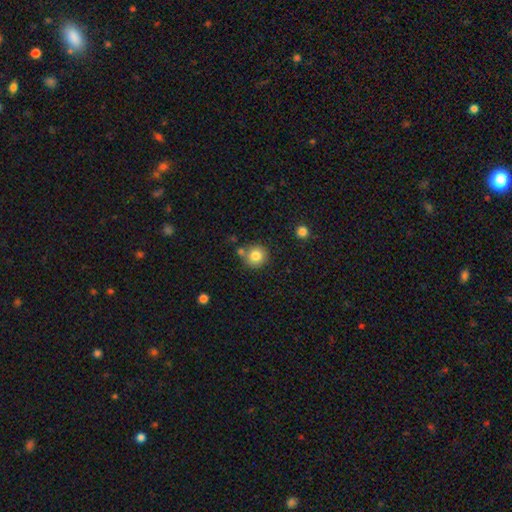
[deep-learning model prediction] This is clearly a smooth galaxy (82%). How rounded: clearly round (92%). Merging: likely none (74%).